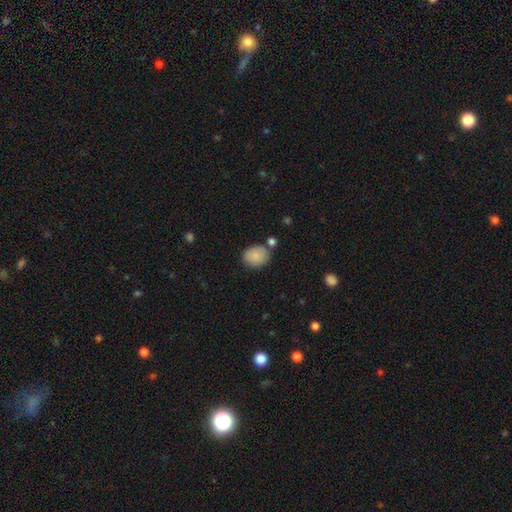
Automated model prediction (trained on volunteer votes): smooth 86%, star or artifact 7%, featured or disk 7%. Down the decision tree: how rounded — in between (56%); merging — none (72%).